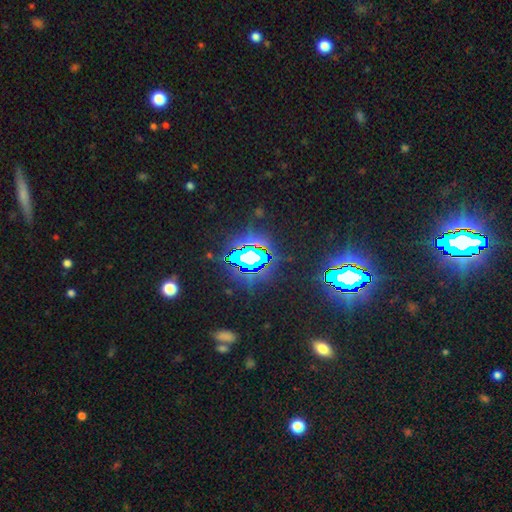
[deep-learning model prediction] Smooth or featured: star or artifact — 80% (smooth — 10%)